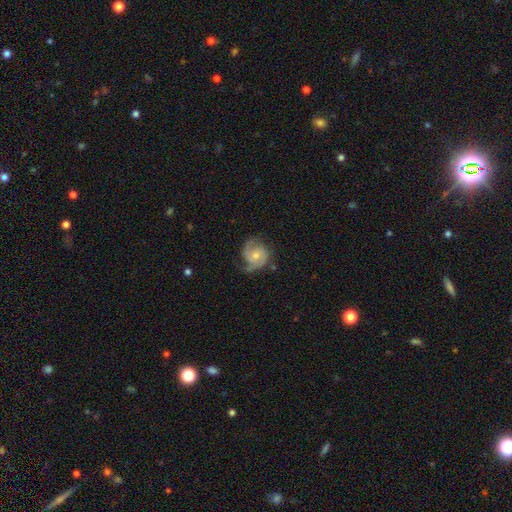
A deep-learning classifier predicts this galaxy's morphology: Smooth or featured? Predicted: featured or disk (p=0.77). Edge-on disk? Predicted: no (p=0.98). Bar? Predicted: no (p=0.71). Spiral arms? Predicted: yes (p=0.94). Spiral winding? Predicted: medium (p=0.45). Spiral arm count? Predicted: 2 (p=0.72). Bulge size? Predicted: small (p=0.49). Merging? Predicted: none (p=0.60).